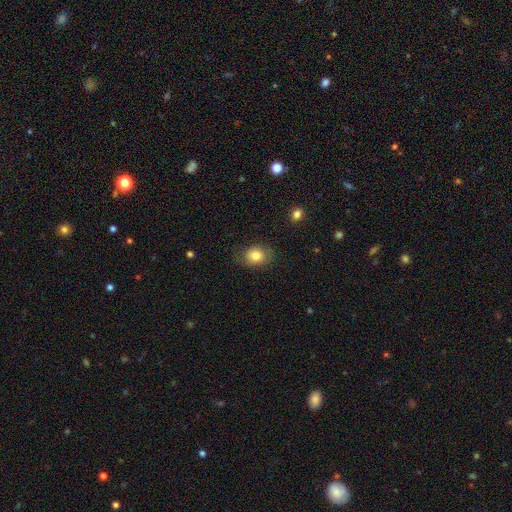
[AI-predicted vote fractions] Morphology: type=smooth (81%); roundness=round (51%); merging=none (78%).